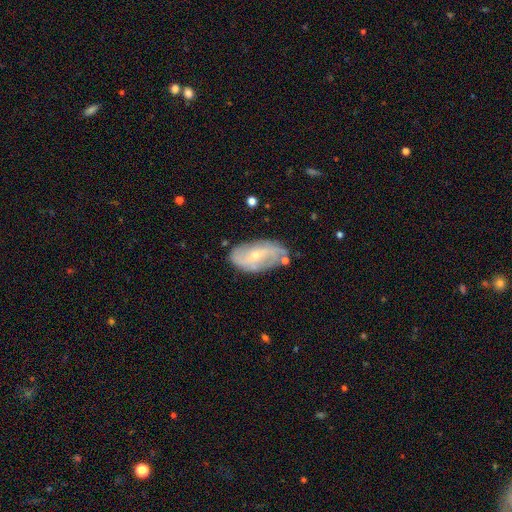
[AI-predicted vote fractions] Q: Smooth or featured?
A: featured or disk (68%); runner-up: smooth (25%)
Q: Edge-on disk?
A: no (93%); runner-up: yes (7%)
Q: Bar?
A: no (51%); runner-up: weak (36%)
Q: Spiral arms?
A: yes (79%); runner-up: no (21%)
Q: Bulge size?
A: small (69%); runner-up: moderate (27%)
Q: Merging?
A: none (66%); runner-up: minor disturbance (23%)